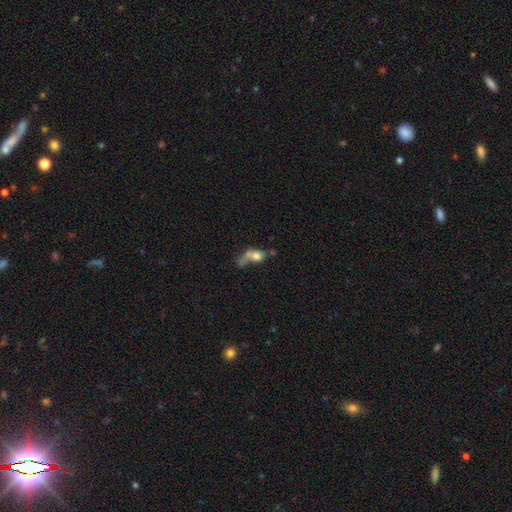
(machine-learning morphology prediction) A smooth galaxy with no disk features (62%) that is in between round and cigar-shaped (48%).

Vote fractions:
- Smooth or featured? smooth: 62% / featured or disk: 25% / star or artifact: 13%
- How rounded? in between: 48% / round: 45% / cigar-shaped: 7%
- Merging? merger: 43% / major disturbance: 24% / none: 22% / minor disturbance: 12%